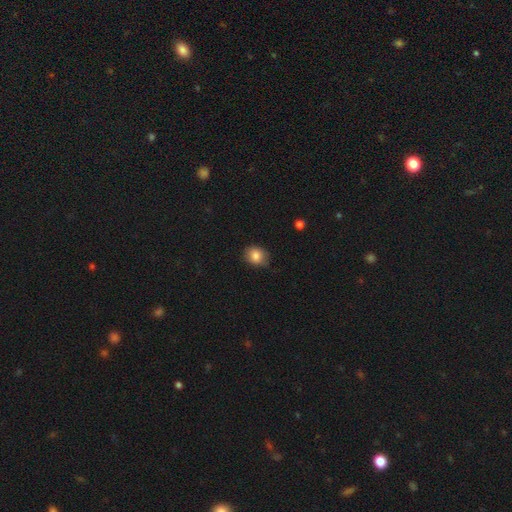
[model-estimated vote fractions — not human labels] This is clearly a smooth galaxy (83%). How rounded: possibly round (55%). Merging: likely none (70%).